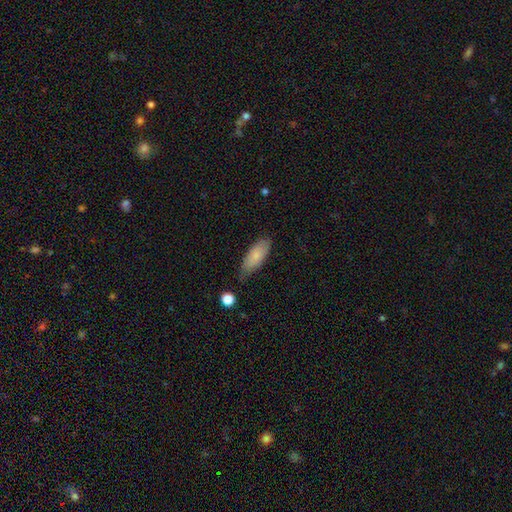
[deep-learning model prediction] smooth_or_featured: smooth (p=0.81) [alt: featured or disk p=0.13]
how_rounded: in between (p=0.76) [alt: cigar-shaped p=0.22]
merging: none (p=0.69) [alt: minor disturbance p=0.25]